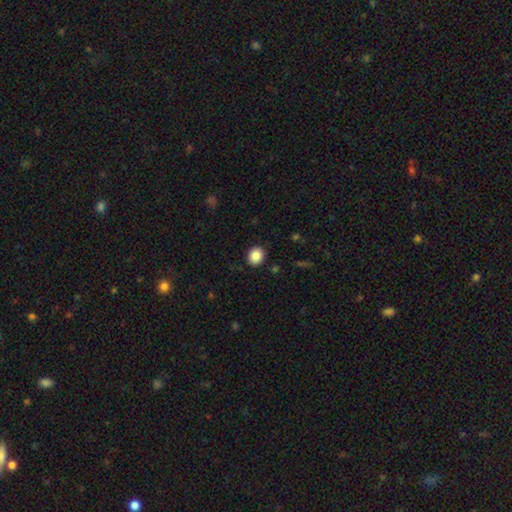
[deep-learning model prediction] smooth 86%, star or artifact 9%, featured or disk 5%. Down the decision tree: how rounded — round (73%); merging — none (90%).